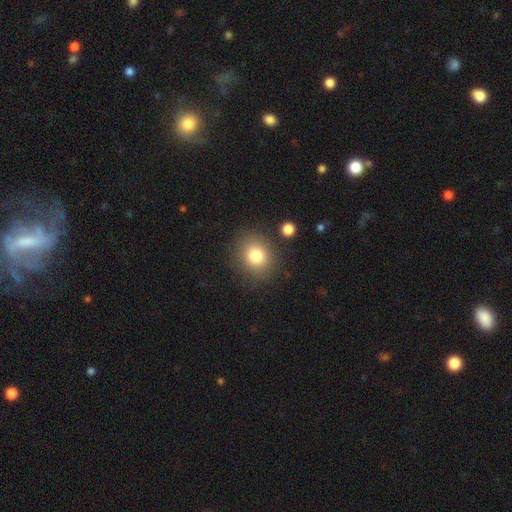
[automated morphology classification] This is likely a smooth galaxy (80%). How rounded: likely round (78%). Merging: clearly none (84%).